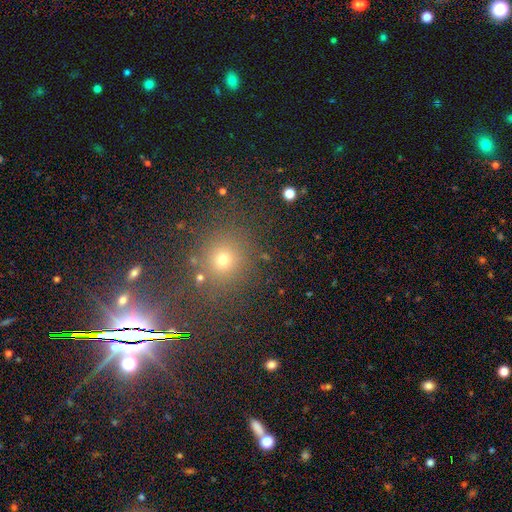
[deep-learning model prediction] This appears to be a star or artifact, not a galaxy (56%).